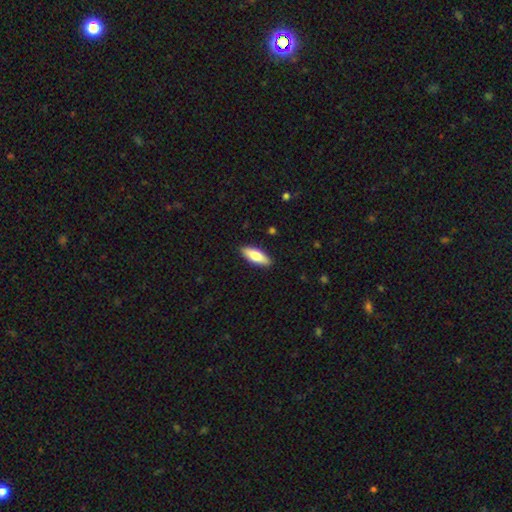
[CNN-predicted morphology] This is likely a smooth galaxy (74%). How rounded: likely in between (67%). Merging: clearly none (90%).